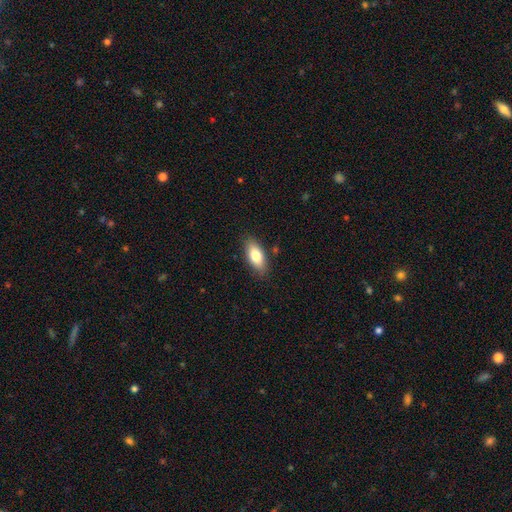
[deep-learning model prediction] This is likely a smooth galaxy (79%). How rounded: clearly in between (84%). Merging: clearly none (85%).